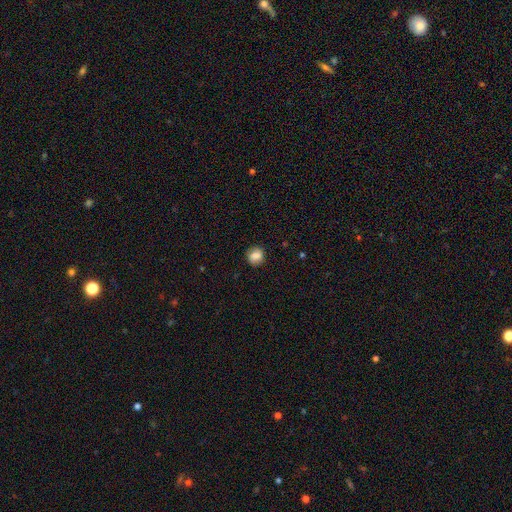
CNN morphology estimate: Overall: smooth (80%). How rounded: round (82%). Merging: none (85%).